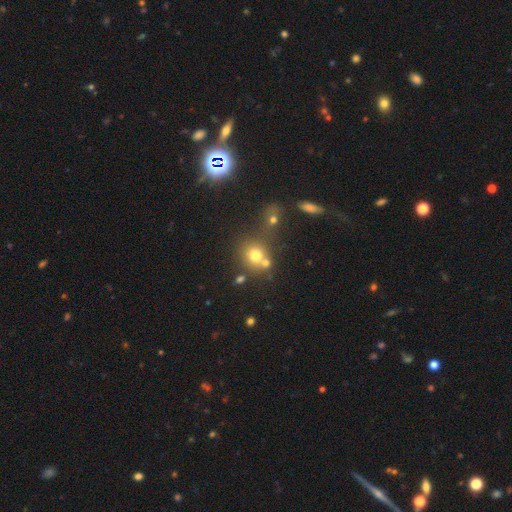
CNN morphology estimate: A smooth galaxy with no disk features (72%) that is round (79%).

Vote fractions:
- Smooth or featured? smooth: 72% / star or artifact: 16% / featured or disk: 12%
- How rounded? round: 79% / in between: 20% / cigar-shaped: 1%
- Merging? none: 53% / merger: 31% / minor disturbance: 11% / major disturbance: 5%